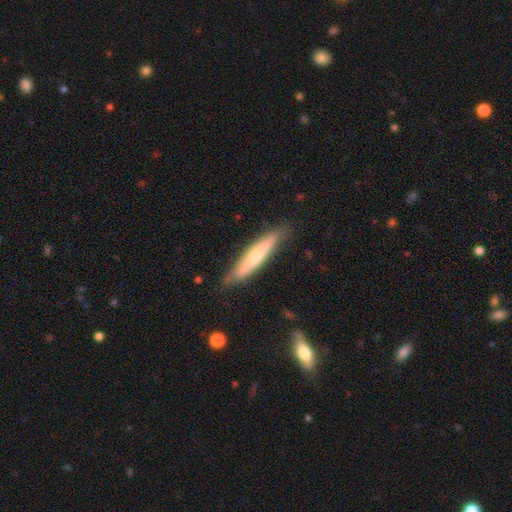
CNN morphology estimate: Smooth or featured? smooth (51%)
How rounded? cigar-shaped (87%)
Merging? none (82%)